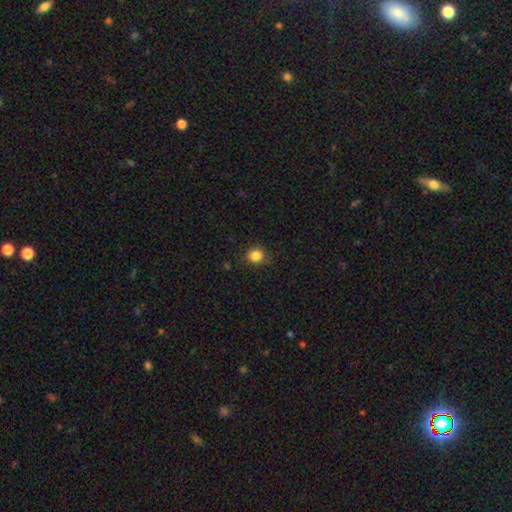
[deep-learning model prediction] The model was most divided on "how rounded": round: 84%, in between: 15%, cigar-shaped: 1%. More confident: merging — none (86%); smooth or featured — smooth (85%).